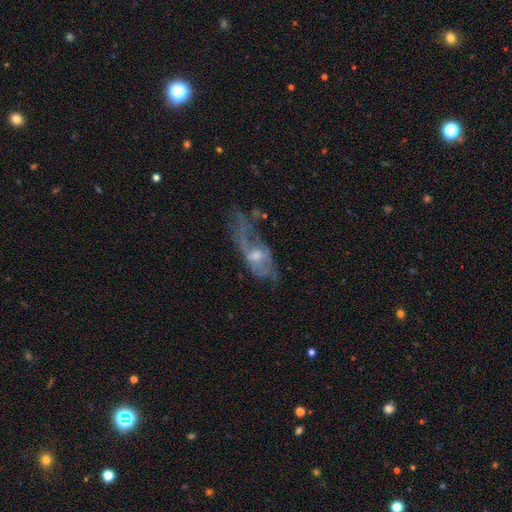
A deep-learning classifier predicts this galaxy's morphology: Smooth or featured? Predicted: featured or disk (p=0.65). Edge-on disk? Predicted: no (p=0.84). Bar? Predicted: no (p=0.66). Spiral arms? Predicted: yes (p=0.54). Bulge size? Predicted: moderate (p=0.51). Merging? Predicted: major disturbance (p=0.38).